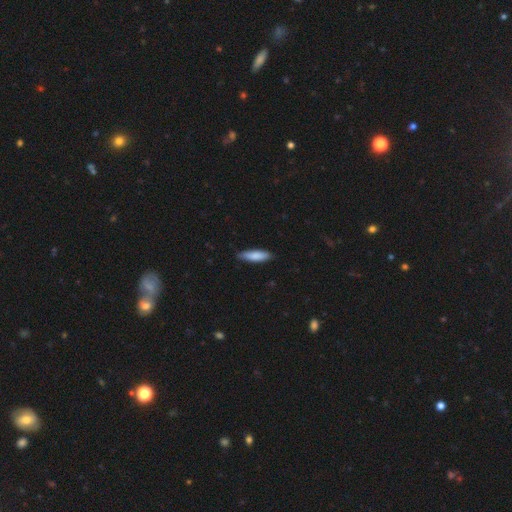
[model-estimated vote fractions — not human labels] smooth-or-featured: smooth: 83% | featured or disk: 12% | star or artifact: 5%
  how-rounded: cigar-shaped: 62% | in between: 37% | round: 1%
  merging: none: 84% | minor disturbance: 13% | major disturbance: 2% | merger: 1%